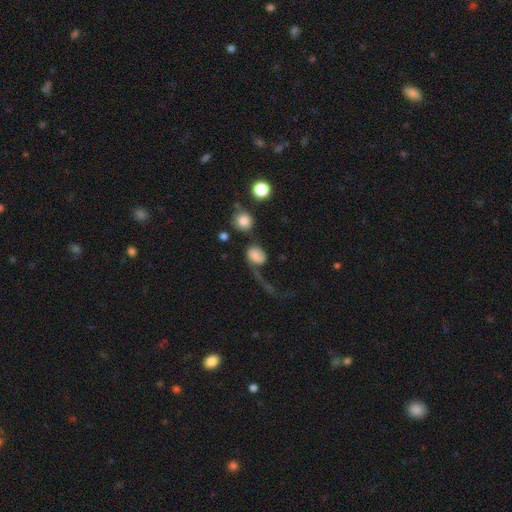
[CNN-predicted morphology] Q: Smooth or featured?
A: smooth (66%); runner-up: featured or disk (22%)
Q: How rounded?
A: in between (53%); runner-up: round (45%)
Q: Merging?
A: major disturbance (44%); runner-up: none (28%)